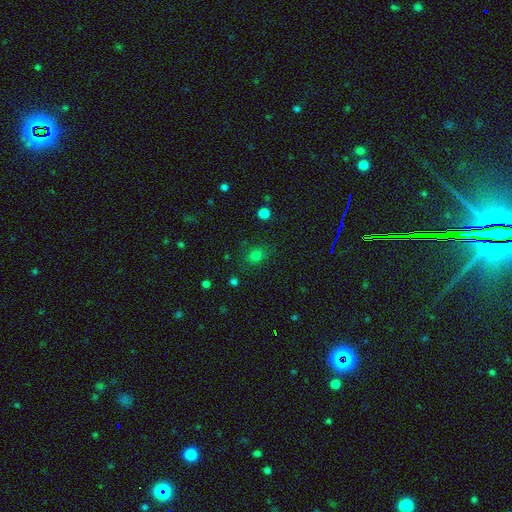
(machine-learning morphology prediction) A smooth galaxy with no disk features (76%) that is round (53%). Merging: none (78%).